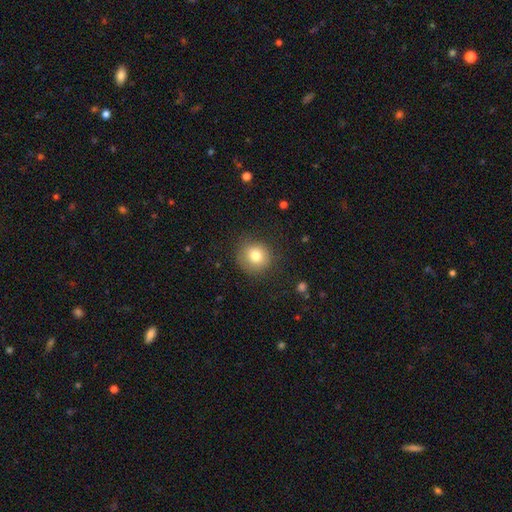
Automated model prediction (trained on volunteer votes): smooth-or-featured: smooth: 79% | featured or disk: 11% | star or artifact: 10%
  how-rounded: round: 90% | in between: 9% | cigar-shaped: 1%
  merging: none: 81% | minor disturbance: 13% | major disturbance: 5% | merger: 1%